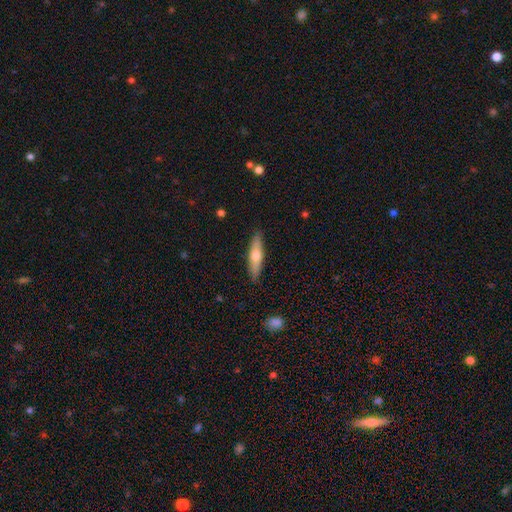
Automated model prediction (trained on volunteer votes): smooth_or_featured: smooth (p=0.57) [alt: featured or disk p=0.37]
how_rounded: cigar-shaped (p=0.79) [alt: in between p=0.20]
merging: none (p=0.88) [alt: minor disturbance p=0.09]